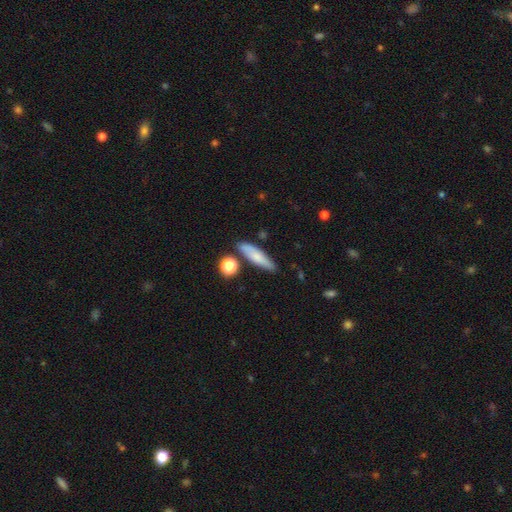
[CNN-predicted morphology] Q: Smooth or featured?
A: smooth (71%); runner-up: featured or disk (22%)
Q: How rounded?
A: cigar-shaped (73%); runner-up: in between (24%)
Q: Merging?
A: none (78%); runner-up: minor disturbance (13%)